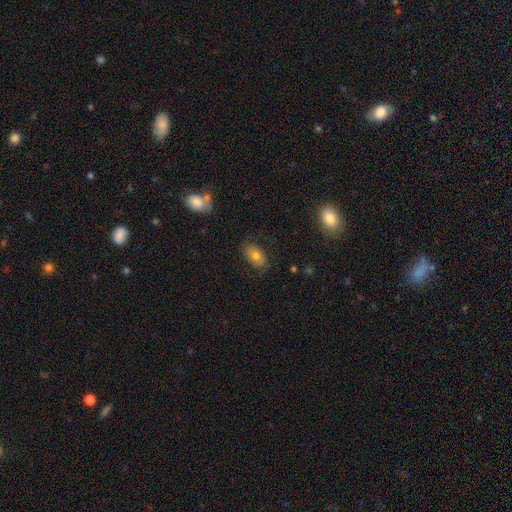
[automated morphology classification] smooth 68%, featured or disk 23%, star or artifact 9%. Down the decision tree: how rounded — in between (89%); merging — none (77%).